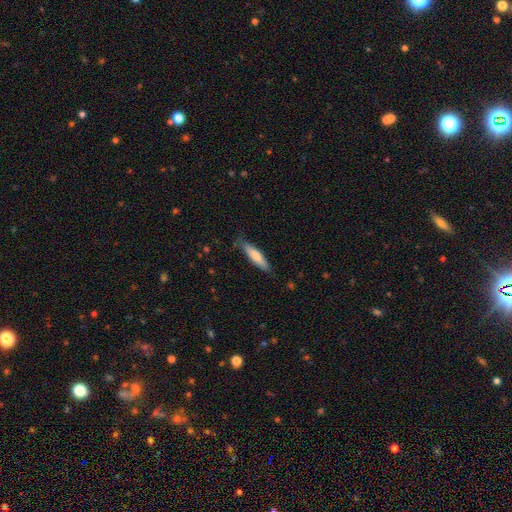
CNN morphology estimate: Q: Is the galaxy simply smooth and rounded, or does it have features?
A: smooth — 71%.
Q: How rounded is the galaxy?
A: cigar-shaped — 75%.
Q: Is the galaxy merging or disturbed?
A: none — 80%.